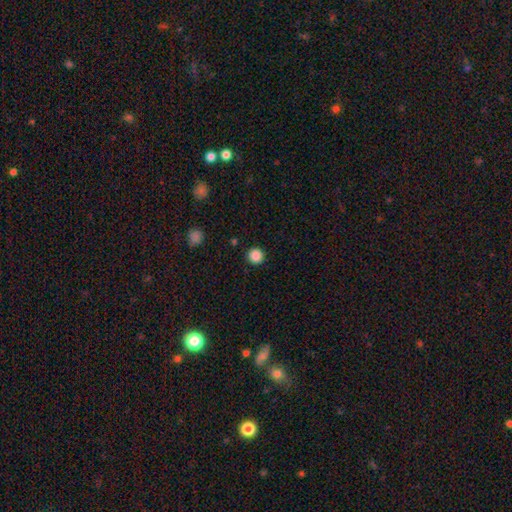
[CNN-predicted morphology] Q: Smooth or featured?
A: smooth (87%); runner-up: star or artifact (10%)
Q: How rounded?
A: round (95%); runner-up: in between (4%)
Q: Merging?
A: none (92%); runner-up: minor disturbance (5%)